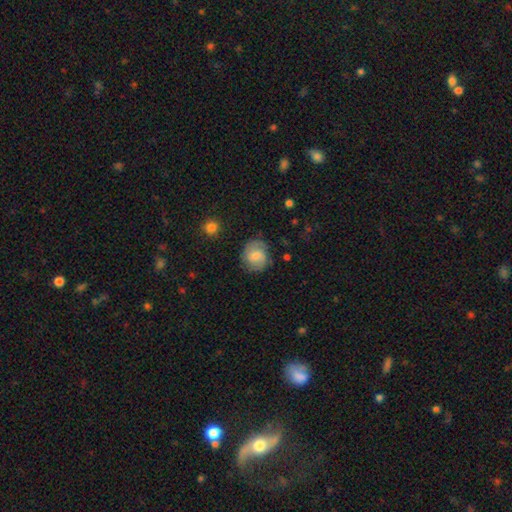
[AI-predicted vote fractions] A smooth galaxy with no disk features (57%) that is round (75%).

Vote fractions:
- Smooth or featured? smooth: 57% / featured or disk: 36% / star or artifact: 8%
- How rounded? round: 75% / in between: 24% / cigar-shaped: 1%
- Merging? none: 73% / minor disturbance: 19% / major disturbance: 7% / merger: 2%